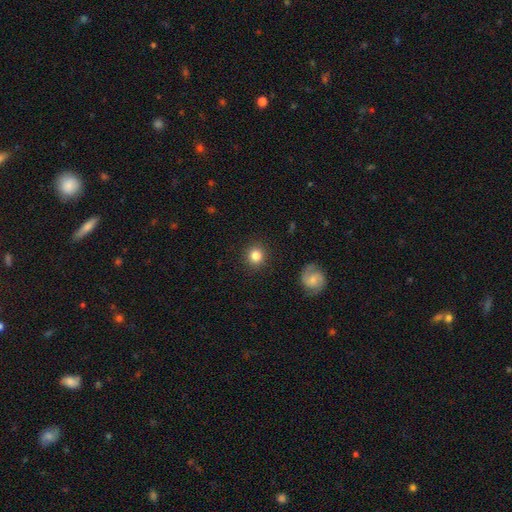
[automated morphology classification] Smooth or featured? smooth (83%)
How rounded? round (90%)
Merging? none (90%)